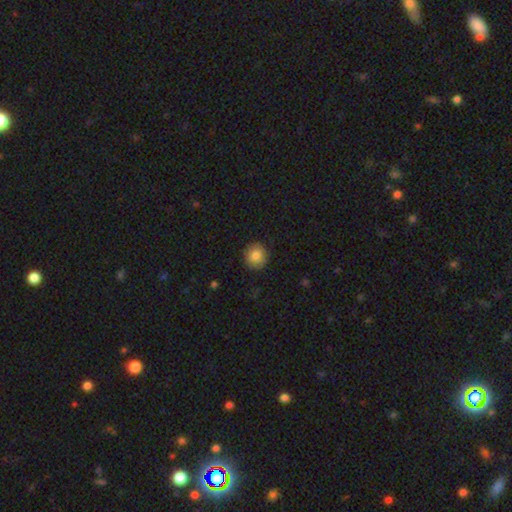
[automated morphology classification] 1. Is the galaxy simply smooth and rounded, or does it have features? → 83% smooth, 9% star or artifact, 8% featured or disk.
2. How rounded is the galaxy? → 92% round, 7% in between, 1% cigar-shaped.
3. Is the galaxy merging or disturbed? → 89% none, 8% minor disturbance, 2% major disturbance, 1% merger.